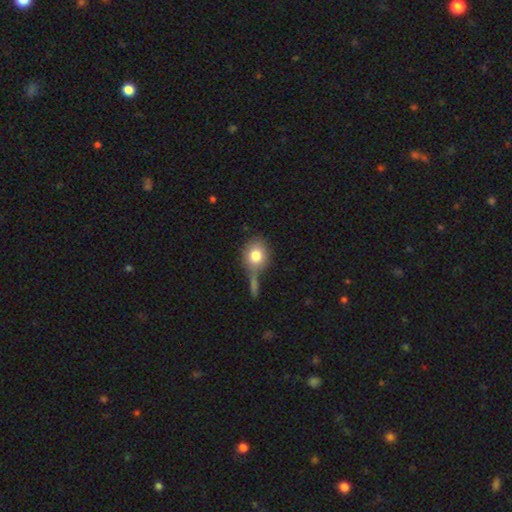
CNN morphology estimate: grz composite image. It shows a smooth galaxy with no disk features (80%) that is round (59%). Merging: none (56%).